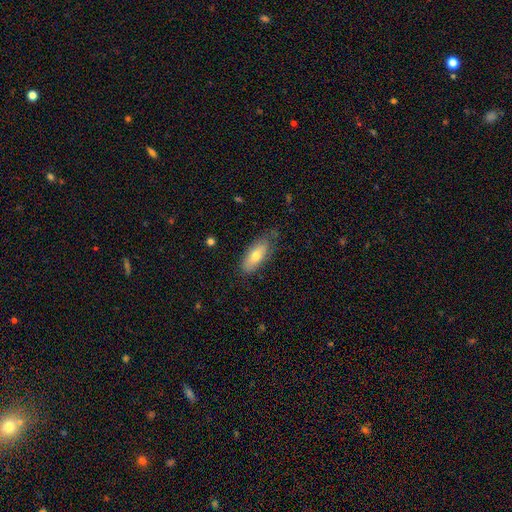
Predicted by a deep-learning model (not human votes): The model was most divided on "smooth or featured": smooth: 68%, featured or disk: 26%, star or artifact: 6%. More confident: how rounded — in between (78%); merging — none (71%).